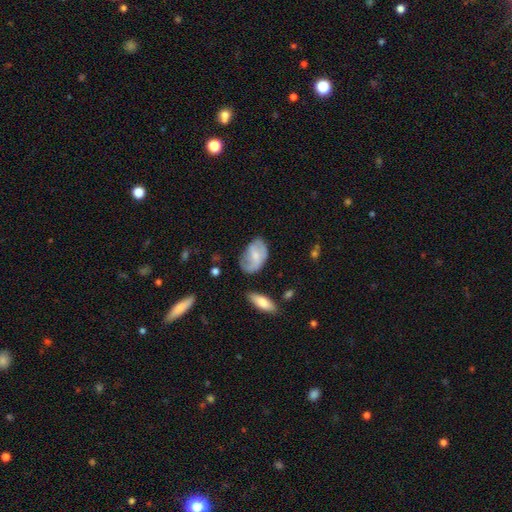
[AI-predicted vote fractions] A featured or disk galaxy (47%).

Vote fractions:
- Smooth or featured? featured or disk: 47% / smooth: 46% / star or artifact: 7%
- Merging? none: 54% / minor disturbance: 29% / major disturbance: 13% / merger: 3%